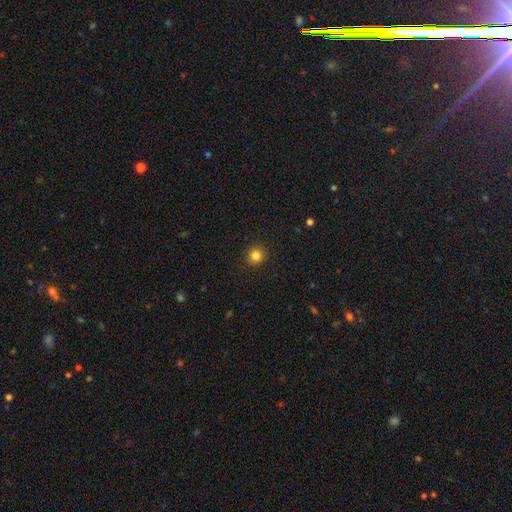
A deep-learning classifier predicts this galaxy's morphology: A smooth galaxy with no disk features (83%) that is round (93%).

Vote fractions:
- Smooth or featured? smooth: 83% / star or artifact: 12% / featured or disk: 5%
- How rounded? round: 93% / in between: 7% / cigar-shaped: 1%
- Merging? none: 92% / minor disturbance: 5% / major disturbance: 2% / merger: 1%